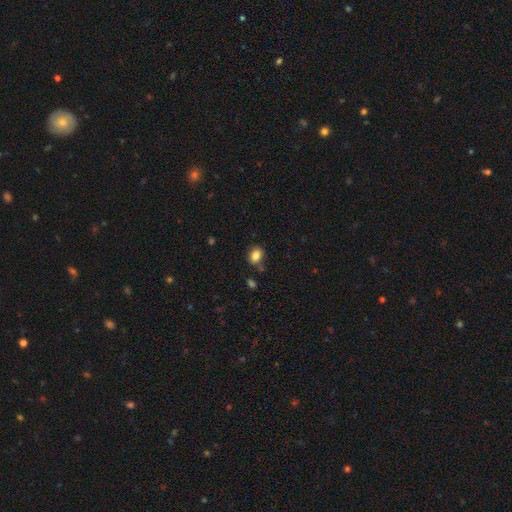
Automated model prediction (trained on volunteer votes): Q: Smooth or featured?
A: smooth (84%); runner-up: star or artifact (10%)
Q: How rounded?
A: in between (52%); runner-up: round (47%)
Q: Merging?
A: none (78%); runner-up: minor disturbance (13%)